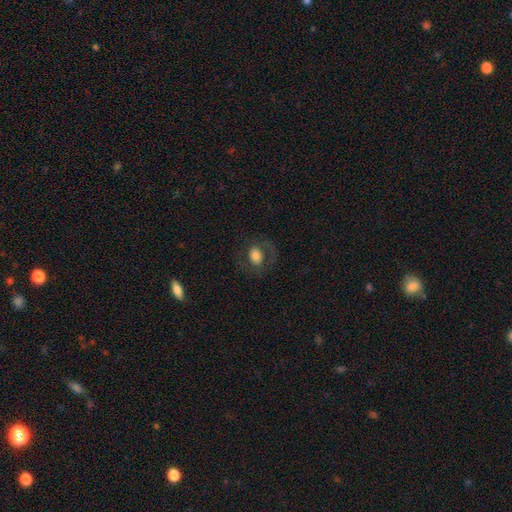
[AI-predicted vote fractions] Morphology: type=smooth (63%); roundness=in between (66%); merging=none (68%).